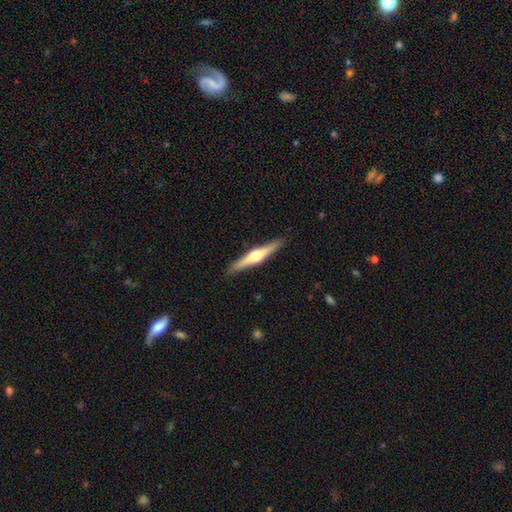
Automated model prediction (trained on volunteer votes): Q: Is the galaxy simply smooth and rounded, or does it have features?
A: featured or disk — 69%.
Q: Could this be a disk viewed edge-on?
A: yes — 98%.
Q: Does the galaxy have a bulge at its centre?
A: rounded — 92%.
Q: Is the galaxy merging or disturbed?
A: none — 90%.